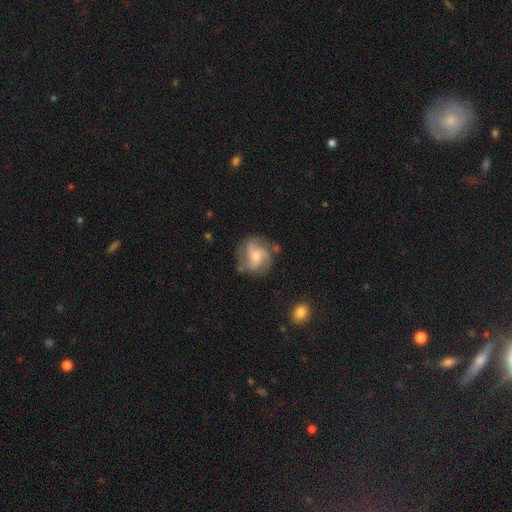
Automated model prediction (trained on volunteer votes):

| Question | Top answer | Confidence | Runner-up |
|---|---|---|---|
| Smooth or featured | featured or disk | 76% | smooth (17%) |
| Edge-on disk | no | 98% | yes (2%) |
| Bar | no | 58% | weak (35%) |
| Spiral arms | yes | 94% | no (6%) |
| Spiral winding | medium | 51% | loose (27%) |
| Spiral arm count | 3 | 52% | 2 (18%) |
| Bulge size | small | 48% | moderate (41%) |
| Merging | none | 68% | minor disturbance (19%) |